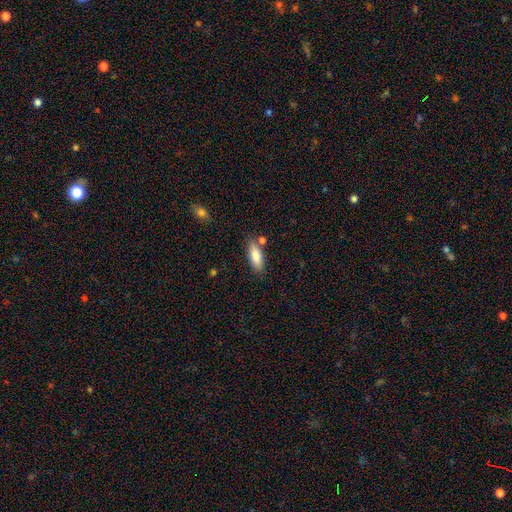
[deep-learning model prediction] The model was most divided on "how rounded": in between: 68%, cigar-shaped: 30%, round: 2%. More confident: smooth or featured — smooth (81%); merging — none (77%).